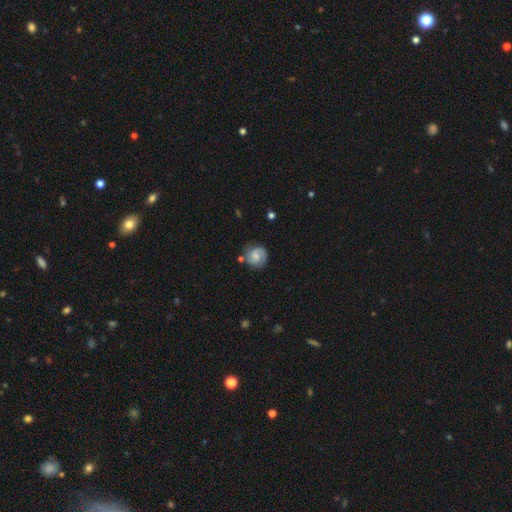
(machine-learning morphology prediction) This is possibly a featured or disk galaxy (60%). It is clearly not viewed edge-on (98%). Bar: possibly no (48%). Spiral arm pattern: clearly yes (91%). Spiral arm count: likely 2 (75%). Spiral winding: marginally tight (44%). Central bulge: marginally moderate (44%). Merging: likely none (72%).